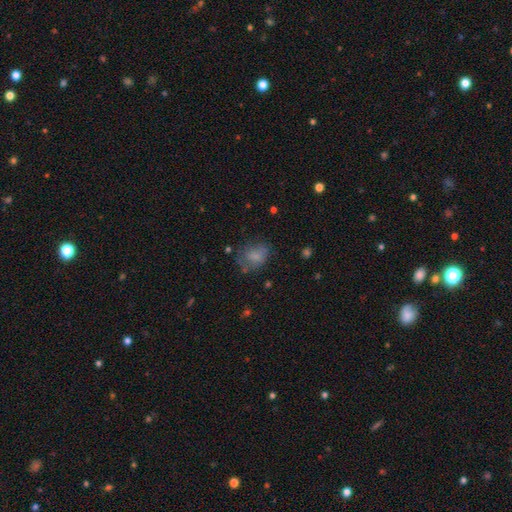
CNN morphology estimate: This is likely a smooth galaxy (71%). How rounded: possibly in between (55%). Merging: possibly none (51%).